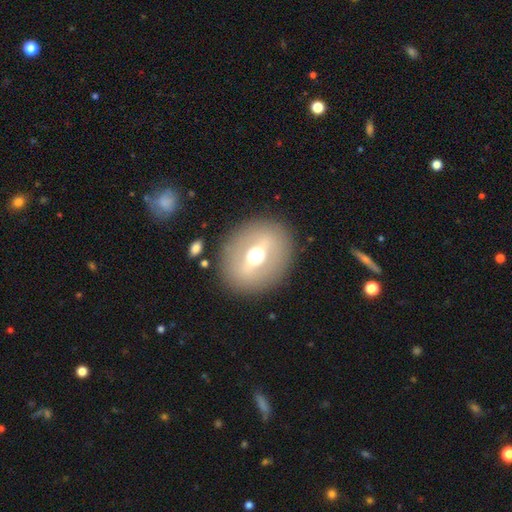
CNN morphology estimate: smooth_or_featured: featured or disk (p=0.54) [alt: smooth p=0.36]
disk_edge_on: no (p=0.78) [alt: yes p=0.22]
merging: none (p=0.85) [alt: minor disturbance p=0.09]